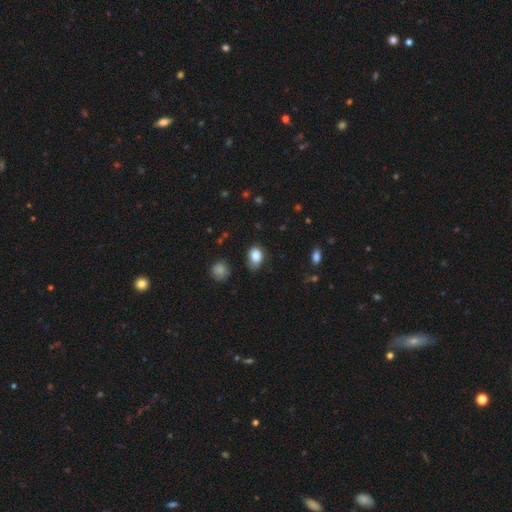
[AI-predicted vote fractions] smooth_or_featured: smooth (p=0.86) [alt: star or artifact p=0.09]
how_rounded: in between (p=0.71) [alt: round p=0.27]
merging: none (p=0.55) [alt: minor disturbance p=0.34]